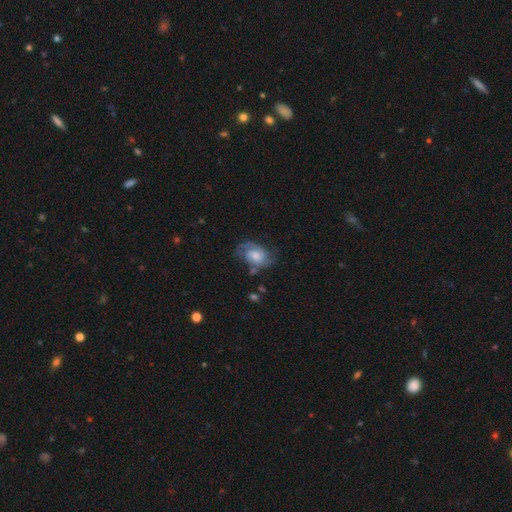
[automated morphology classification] This is likely a featured or disk galaxy (65%). It is clearly not viewed edge-on (97%). Bar: likely no (67%). Spiral arm pattern: clearly yes (88%). Spiral arm count: likely 2 (64%). Spiral winding: marginally medium (44%). Central bulge: marginally moderate (45%). Merging: possibly none (56%).